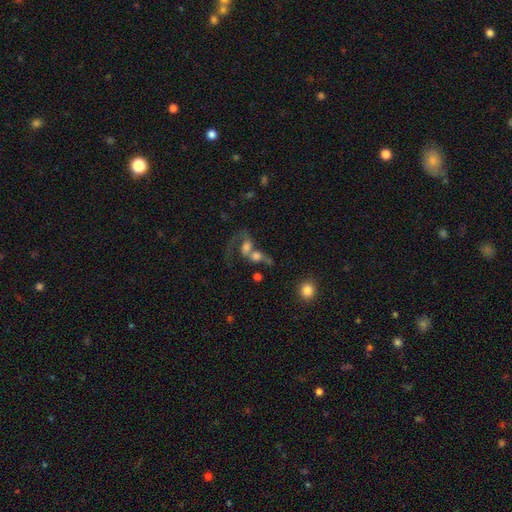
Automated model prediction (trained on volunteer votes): smooth_or_featured: smooth (p=0.55) [alt: featured or disk p=0.32]
how_rounded: in between (p=0.60) [alt: round p=0.36]
merging: merger (p=0.70) [alt: none p=0.12]